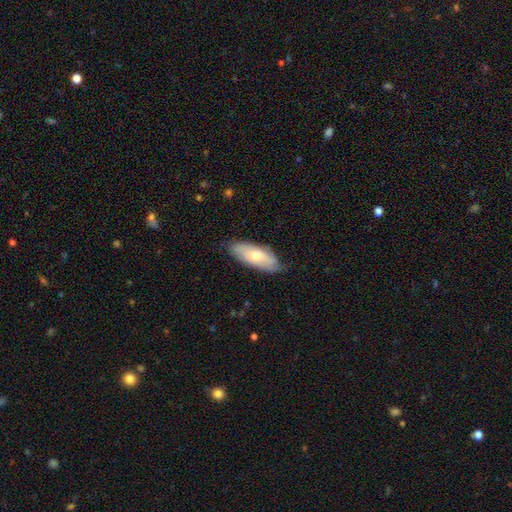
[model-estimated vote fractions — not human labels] A smooth galaxy with no disk features (55%) that is in between round and cigar-shaped (75%).

Vote fractions:
- Smooth or featured? smooth: 55% / featured or disk: 39% / star or artifact: 6%
- How rounded? in between: 75% / cigar-shaped: 23% / round: 2%
- Merging? none: 75% / minor disturbance: 20% / major disturbance: 4% / merger: 1%